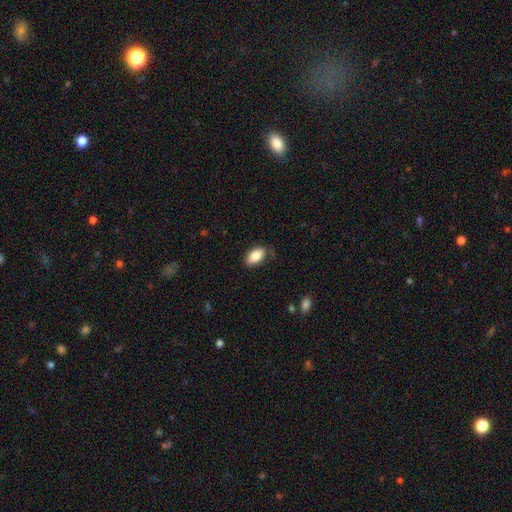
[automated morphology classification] smooth-or-featured: smooth: 84% | featured or disk: 9% | star or artifact: 7%
  how-rounded: in between: 93% | round: 4% | cigar-shaped: 3%
  merging: none: 77% | minor disturbance: 18% | major disturbance: 4% | merger: 1%